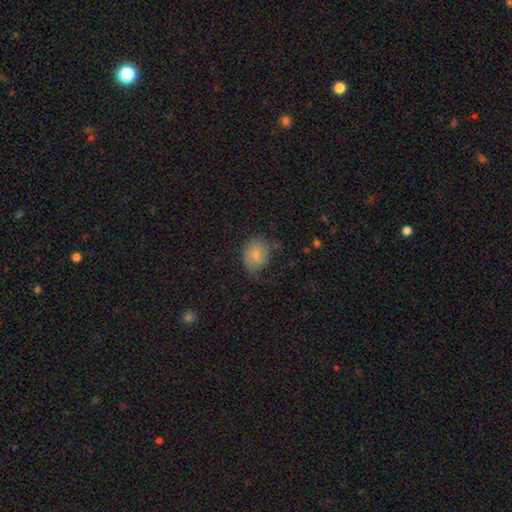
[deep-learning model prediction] Smooth or featured? smooth (76%)
How rounded? round (56%)
Merging? none (49%)